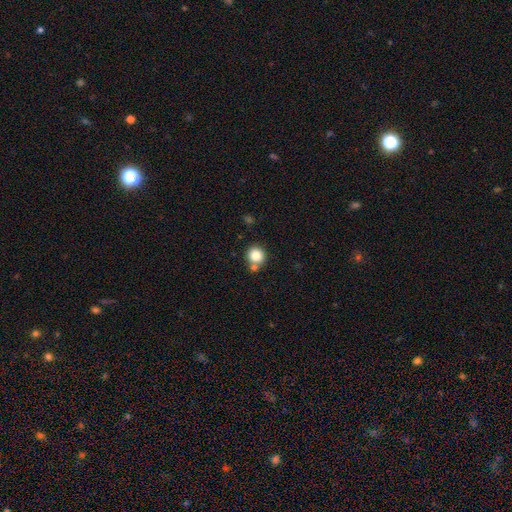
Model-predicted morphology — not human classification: This appears to be a smooth galaxy with no disk features (82%) that is round (90%). Merging: none (65%).